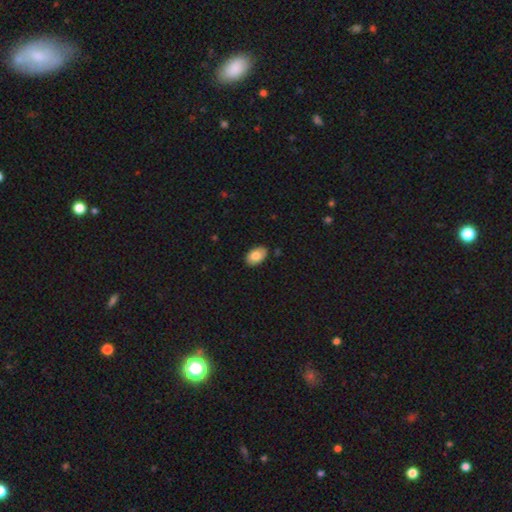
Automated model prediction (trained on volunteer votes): The model was most divided on "smooth or featured": smooth: 81%, featured or disk: 12%, star or artifact: 7%. More confident: how rounded — in between (92%); merging — none (87%).